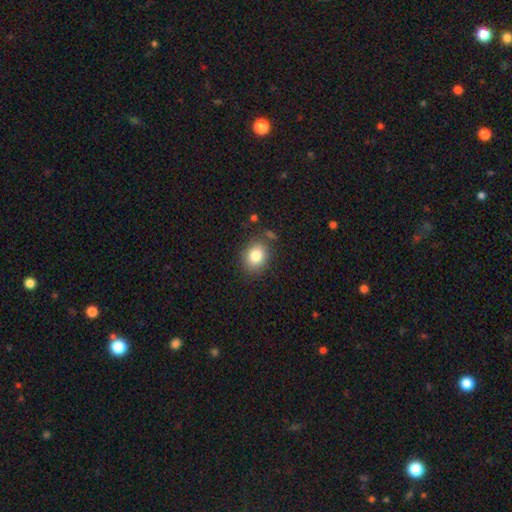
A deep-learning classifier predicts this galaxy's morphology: The model was most divided on "how rounded": round: 57%, in between: 42%, cigar-shaped: 1%. More confident: smooth or featured — smooth (82%); merging — none (80%).